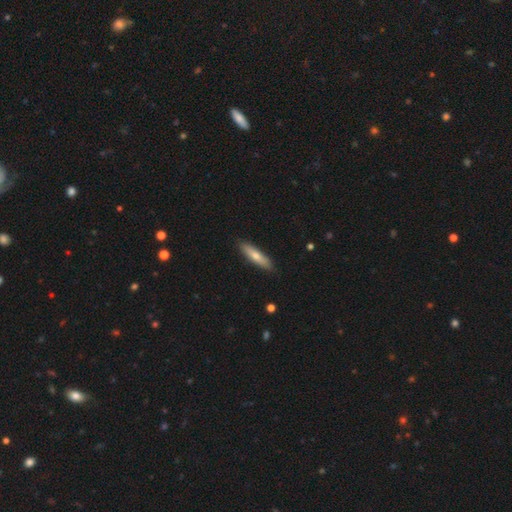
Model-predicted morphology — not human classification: smooth_or_featured: smooth (p=0.67) [alt: featured or disk p=0.27]
how_rounded: cigar-shaped (p=0.76) [alt: in between p=0.22]
merging: none (p=0.89) [alt: minor disturbance p=0.08]